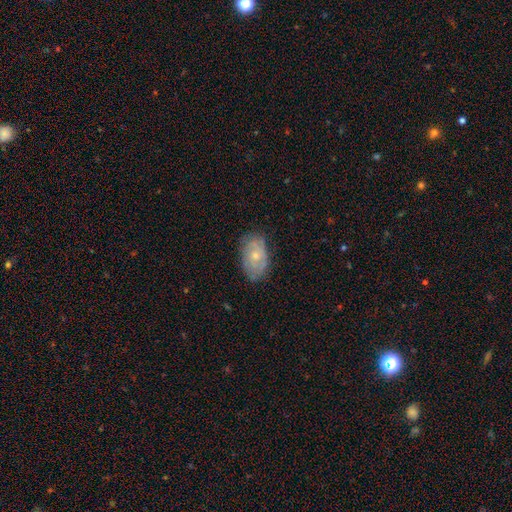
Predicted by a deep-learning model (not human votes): Smooth or featured: featured or disk — 46% (tied with smooth — 46%)
Merging: none — 72% (minor disturbance — 21%)